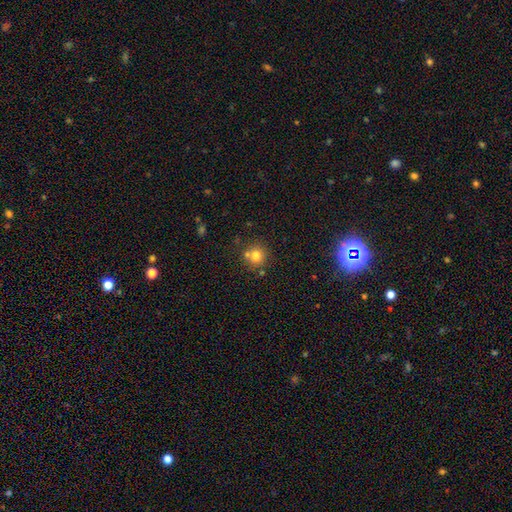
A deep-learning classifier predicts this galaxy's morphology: type=smooth (77%); roundness=round (92%); merging=none (68%).